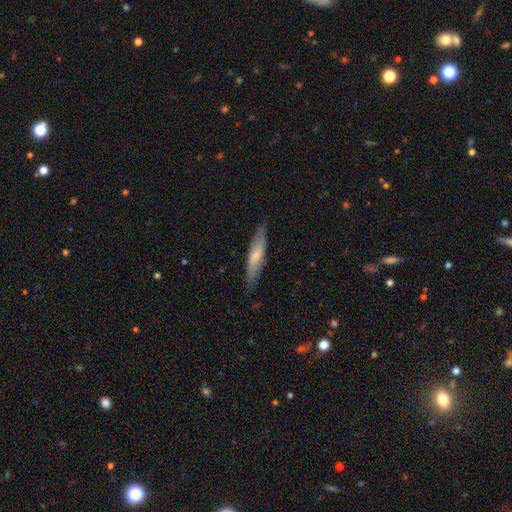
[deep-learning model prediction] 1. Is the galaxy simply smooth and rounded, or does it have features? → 63% smooth, 32% featured or disk, 6% star or artifact.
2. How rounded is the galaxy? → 80% cigar-shaped, 18% in between, 1% round.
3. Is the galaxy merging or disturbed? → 81% none, 15% minor disturbance, 3% major disturbance, 1% merger.